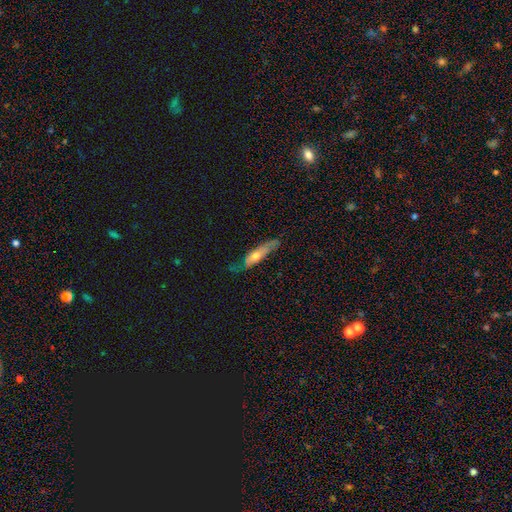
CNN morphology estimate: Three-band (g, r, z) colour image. It shows a featured or disk galaxy (48%). Merging: none (55%).